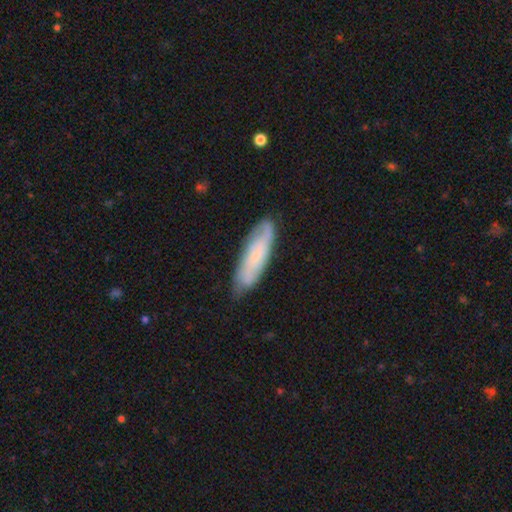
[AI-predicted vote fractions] The model was most divided on "smooth or featured": featured or disk: 52%, smooth: 41%, star or artifact: 7%. More confident: merging — none (77%); edge-on disk — no (76%).